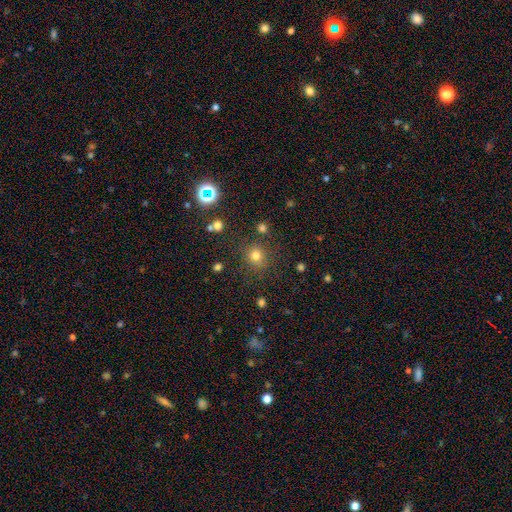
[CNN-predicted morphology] smooth 75%, star or artifact 18%, featured or disk 7%. Down the decision tree: how rounded — round (87%); merging — none (81%).